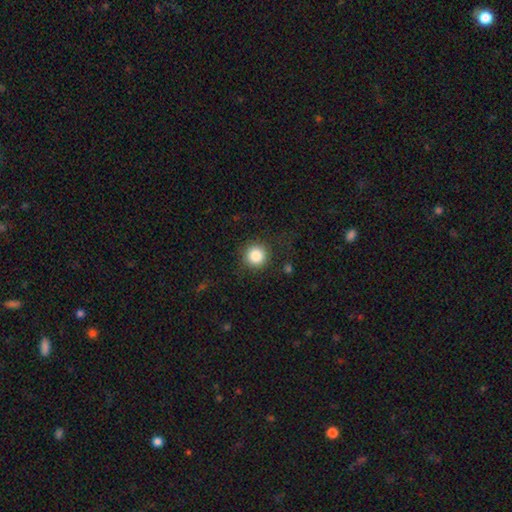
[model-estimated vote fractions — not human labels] This appears to be a smooth galaxy with no disk features (86%) that is round (95%). Merging: none (85%).